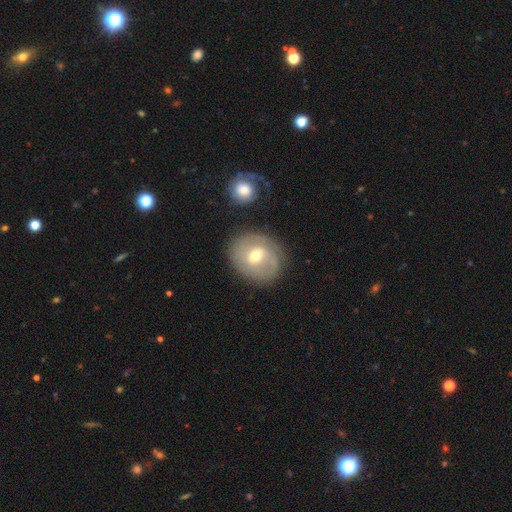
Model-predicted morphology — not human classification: Smooth or featured?
  - featured or disk: 55% *
  - smooth: 38%
  - star or artifact: 7%
Edge-on disk?
  - no: 96% *
  - yes: 4%
Bar?
  - weak: 49% *
  - no: 37%
  - strong: 14%
Spiral arms?
  - yes: 65% *
  - no: 35%
Bulge size?
  - moderate: 71% *
  - small: 21%
  - large: 5%
  - none: 1%
  - dominant: 1%
Merging?
  - none: 74% *
  - minor disturbance: 17%
  - major disturbance: 6%
  - merger: 3%